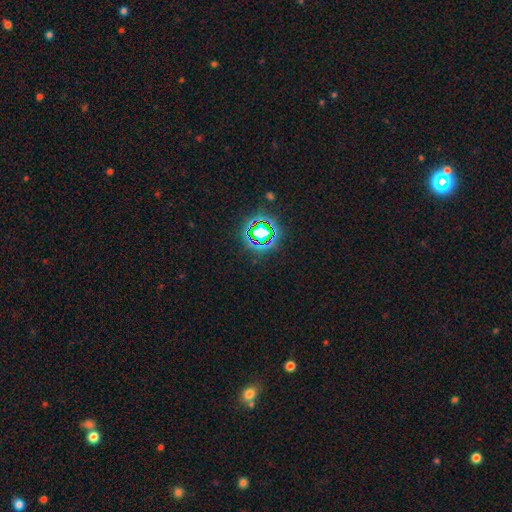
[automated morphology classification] Smooth or featured: star or artifact — 74% (smooth — 18%)